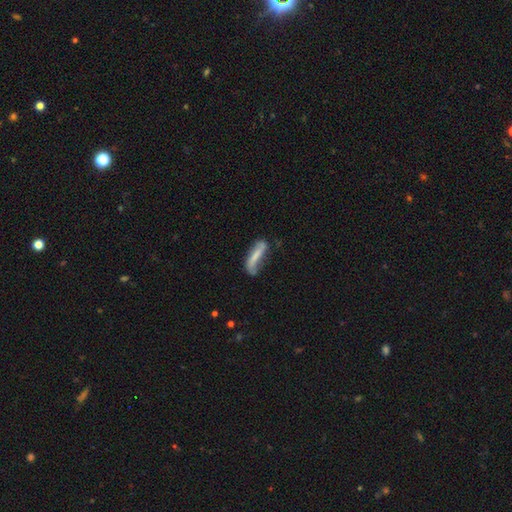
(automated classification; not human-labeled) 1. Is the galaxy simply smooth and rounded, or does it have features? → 53% smooth, 39% featured or disk, 8% star or artifact.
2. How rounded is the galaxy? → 68% cigar-shaped, 30% in between, 2% round.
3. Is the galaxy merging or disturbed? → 42% none, 32% minor disturbance, 20% major disturbance, 6% merger.